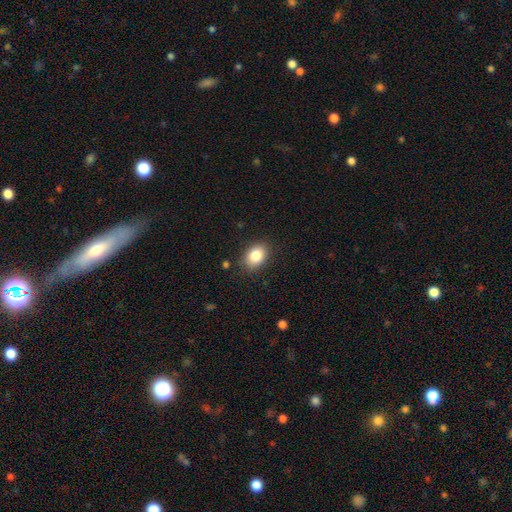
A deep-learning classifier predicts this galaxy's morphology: This is clearly a smooth galaxy (84%). How rounded: likely in between (76%). Merging: clearly none (85%).